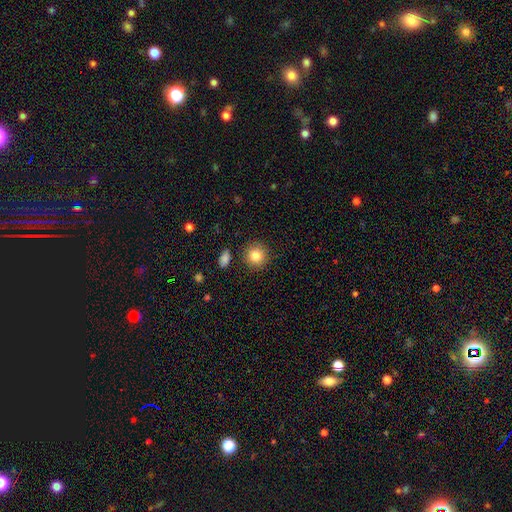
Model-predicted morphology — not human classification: Overall: smooth (83%). How rounded: round (92%). Merging: none (88%).